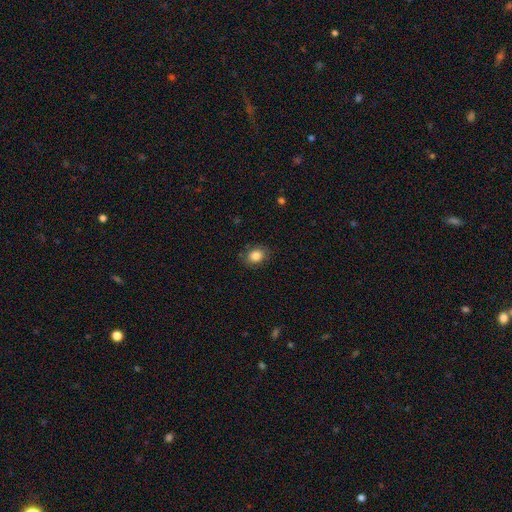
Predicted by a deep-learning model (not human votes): This appears to be a smooth galaxy with no disk features (85%) that is in between round and cigar-shaped (57%). Merging: none (81%).